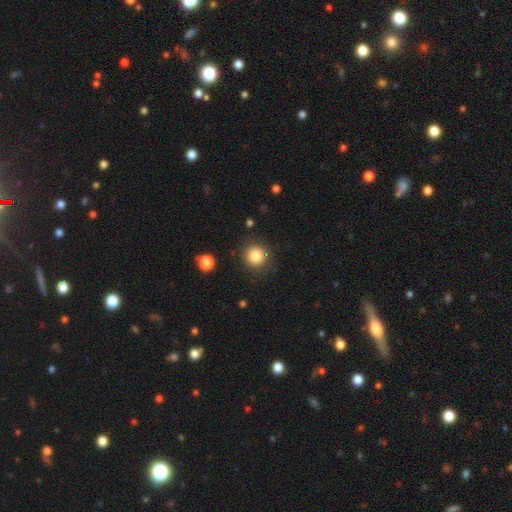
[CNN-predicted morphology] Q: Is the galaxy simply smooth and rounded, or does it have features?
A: smooth — 84%.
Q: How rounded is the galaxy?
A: round — 94%.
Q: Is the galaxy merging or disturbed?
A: none — 88%.